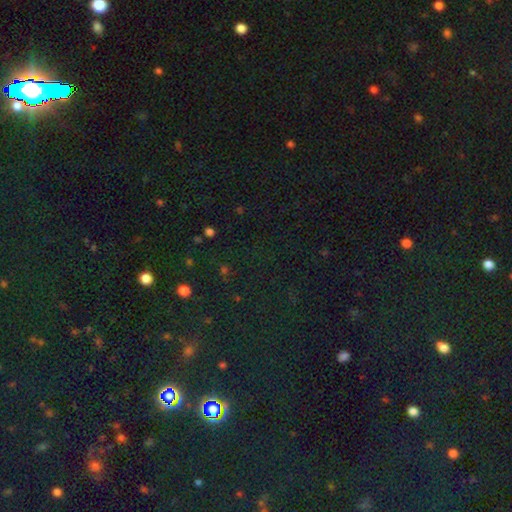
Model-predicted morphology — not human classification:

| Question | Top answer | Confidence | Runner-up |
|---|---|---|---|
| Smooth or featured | star or artifact | 76% | smooth (16%) |